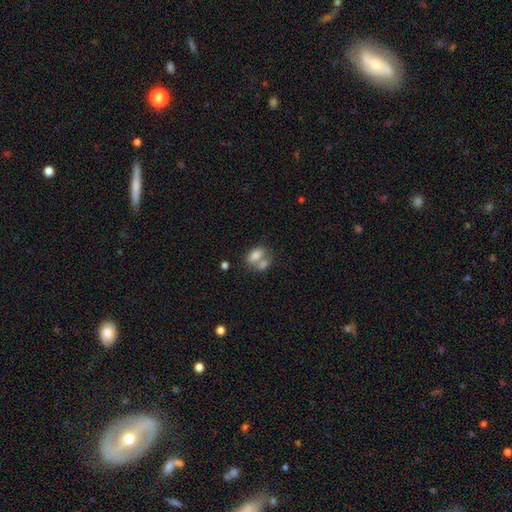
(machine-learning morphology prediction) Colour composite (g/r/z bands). It shows a smooth galaxy with no disk features (78%) that is in between round and cigar-shaped (87%). Merging: merger (58%).